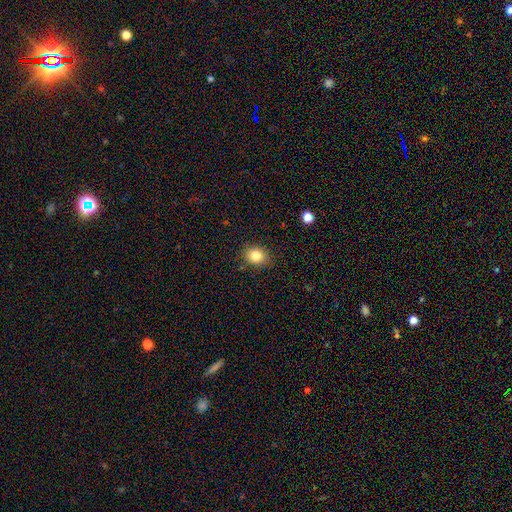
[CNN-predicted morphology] Smooth or featured? smooth (83%)
How rounded? round (53%)
Merging? none (86%)